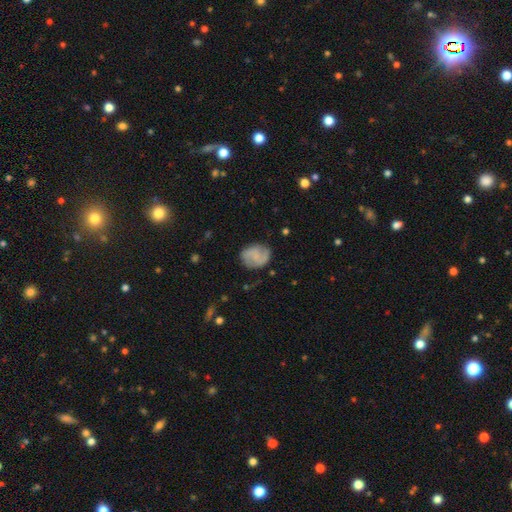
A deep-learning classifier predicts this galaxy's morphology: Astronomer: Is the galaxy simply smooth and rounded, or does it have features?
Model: featured or disk — 49% (runner-up: smooth, 43%).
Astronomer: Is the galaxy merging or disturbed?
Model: none — 74%.